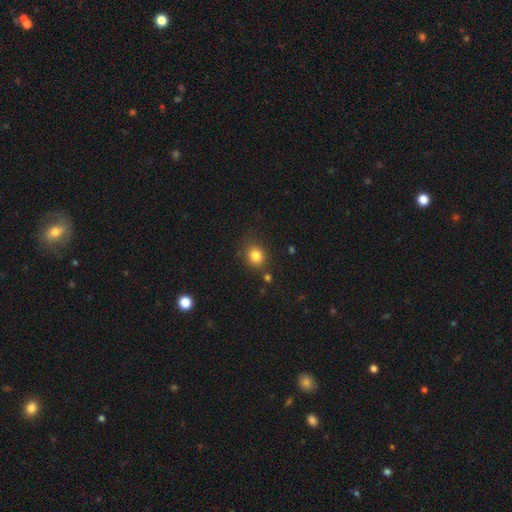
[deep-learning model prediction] Smooth or featured?
  - smooth: 82% *
  - star or artifact: 12%
  - featured or disk: 6%
How rounded?
  - round: 74% *
  - in between: 26%
  - cigar-shaped: 1%
Merging?
  - none: 80% *
  - minor disturbance: 12%
  - merger: 5%
  - major disturbance: 4%